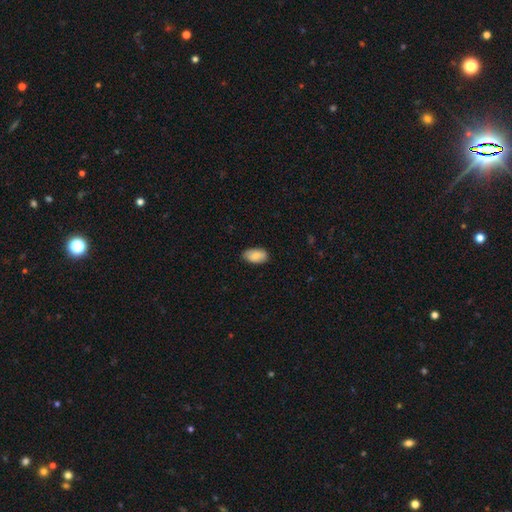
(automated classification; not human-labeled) Smooth or featured? smooth (83%)
How rounded? in between (94%)
Merging? none (83%)